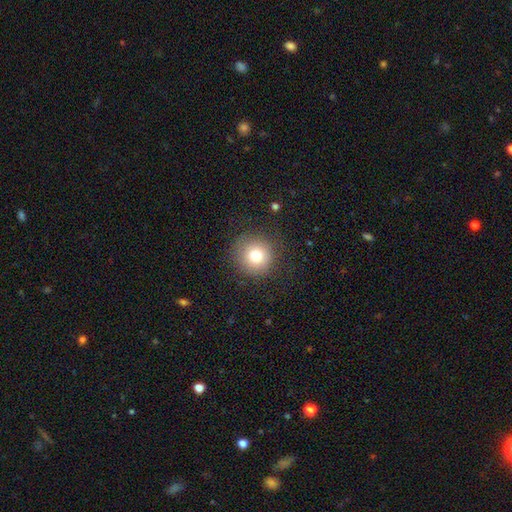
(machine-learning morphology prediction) Smooth or featured: smooth — 78% (star or artifact — 12%)
How rounded: round — 94% (in between — 5%)
Merging: none — 87% (minor disturbance — 8%)